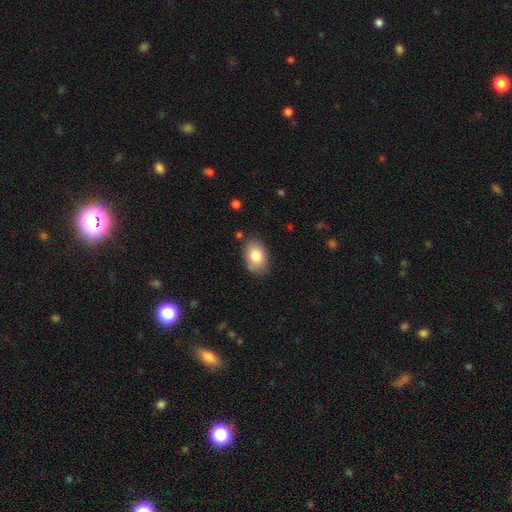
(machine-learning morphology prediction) smooth_or_featured: smooth (p=0.82) [alt: featured or disk p=0.10]
how_rounded: in between (p=0.82) [alt: round p=0.16]
merging: none (p=0.80) [alt: minor disturbance p=0.14]